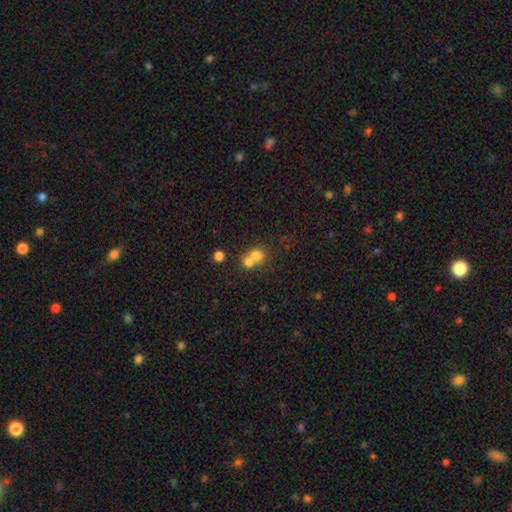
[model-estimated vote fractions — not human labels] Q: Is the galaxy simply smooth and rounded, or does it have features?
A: smooth — 73%.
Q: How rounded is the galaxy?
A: round — 78%.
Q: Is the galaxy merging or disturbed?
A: merger — 60%.